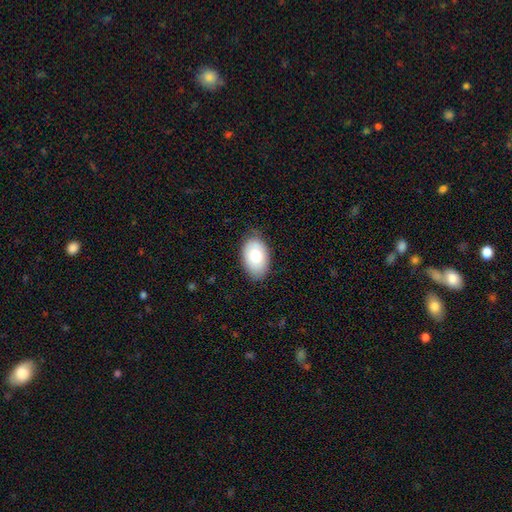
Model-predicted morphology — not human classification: A smooth galaxy with no disk features (73%) that is in between round and cigar-shaped (90%).

Vote fractions:
- Smooth or featured? smooth: 73% / featured or disk: 20% / star or artifact: 7%
- How rounded? in between: 90% / round: 8% / cigar-shaped: 1%
- Merging? none: 80% / minor disturbance: 16% / major disturbance: 3% / merger: 1%